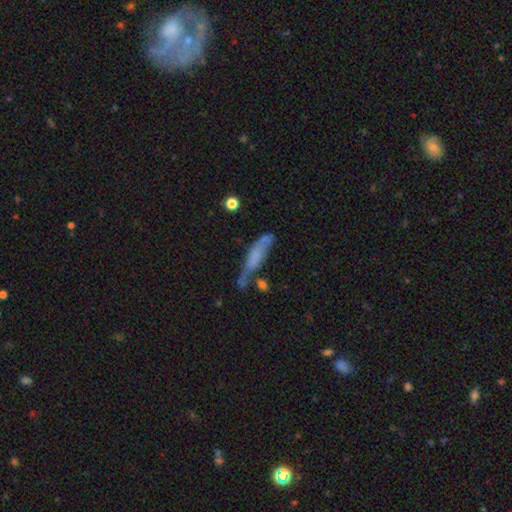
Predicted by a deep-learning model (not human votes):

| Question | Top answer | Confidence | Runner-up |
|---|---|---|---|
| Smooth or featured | smooth | 49% | featured or disk (38%) |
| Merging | none | 38% | minor disturbance (24%) |